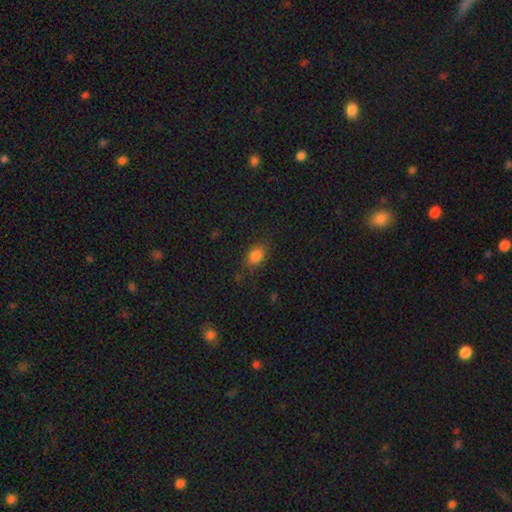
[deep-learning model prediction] Smooth or featured?
  - smooth: 83% *
  - star or artifact: 11%
  - featured or disk: 6%
How rounded?
  - in between: 74% *
  - round: 24%
  - cigar-shaped: 2%
Merging?
  - none: 78% *
  - minor disturbance: 15%
  - major disturbance: 5%
  - merger: 1%